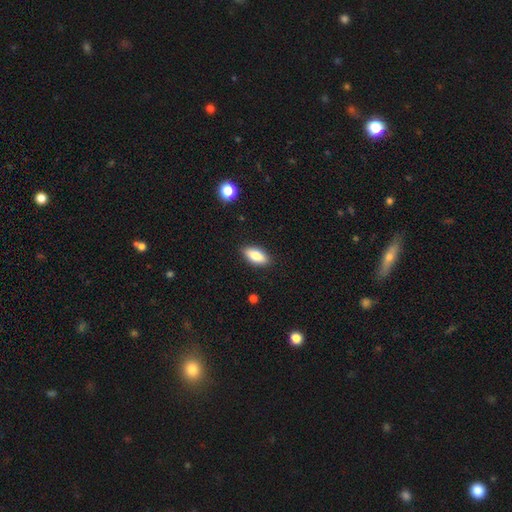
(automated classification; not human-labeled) Morphology: type=smooth (80%); roundness=in between (84%); merging=none (88%).